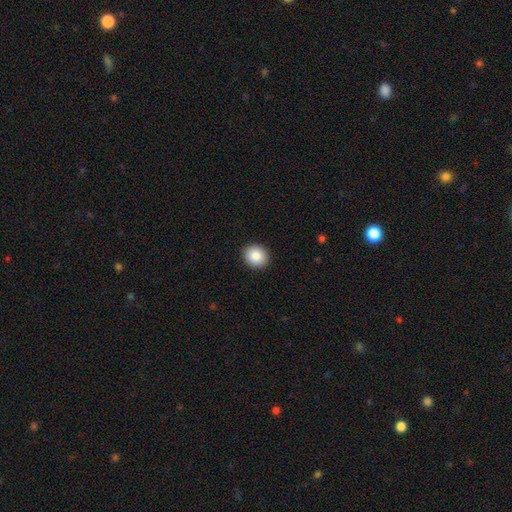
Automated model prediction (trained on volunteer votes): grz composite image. It shows a smooth galaxy with no disk features (87%) that is round (78%). Merging: none (92%).